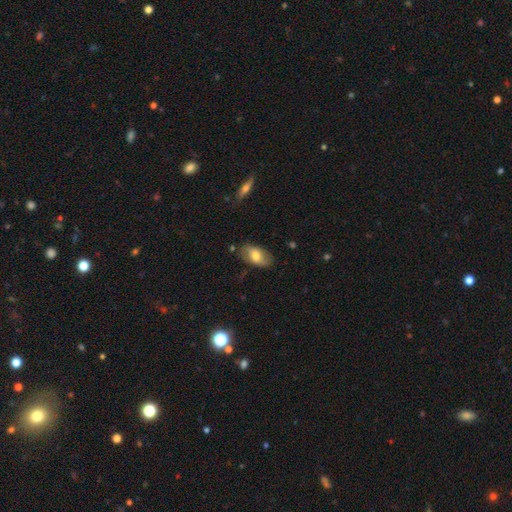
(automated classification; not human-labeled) Smooth or featured? smooth (67%)
How rounded? in between (93%)
Merging? none (77%)